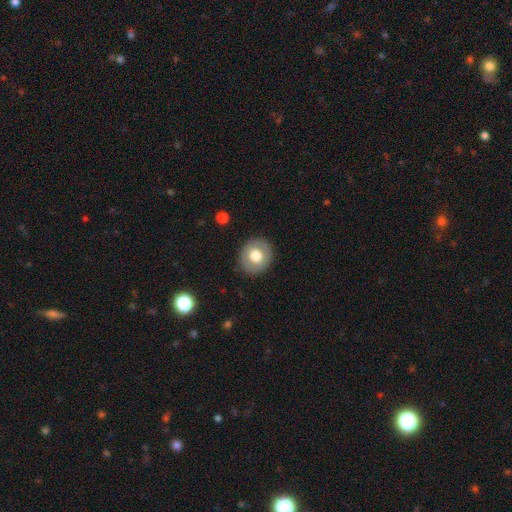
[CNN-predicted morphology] This is likely a smooth galaxy (67%). How rounded: clearly round (80%). Merging: clearly none (88%).